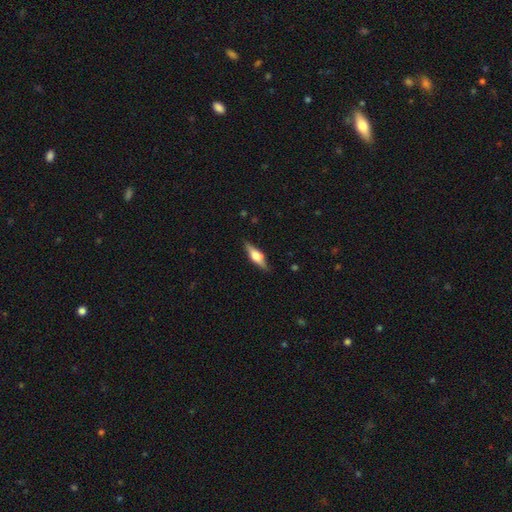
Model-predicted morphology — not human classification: Smooth or featured: featured or disk — 58% (smooth — 36%)
Edge-on disk: yes — 95% (no — 5%)
Edge-on bulge: rounded — 90% (boxy — 8%)
Merging: none — 86% (minor disturbance — 11%)